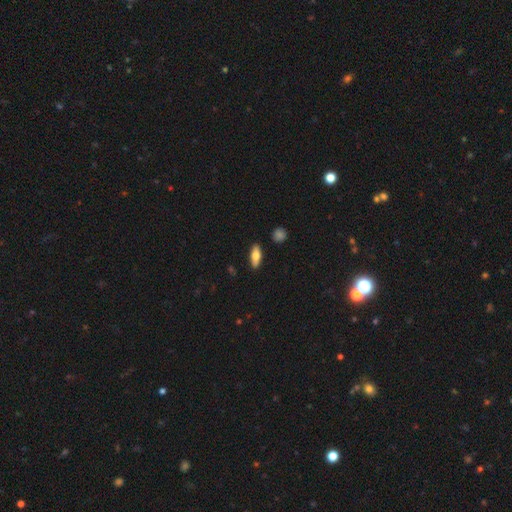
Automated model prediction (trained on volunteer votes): Morphology: type=smooth (68%); roundness=in between (69%); merging=none (88%).